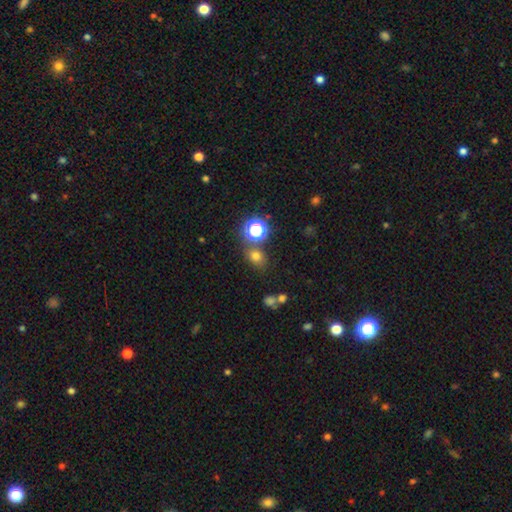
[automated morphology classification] The model was most divided on "how rounded": round: 59%, in between: 40%, cigar-shaped: 1%. More confident: merging — none (76%); smooth or featured — smooth (71%).